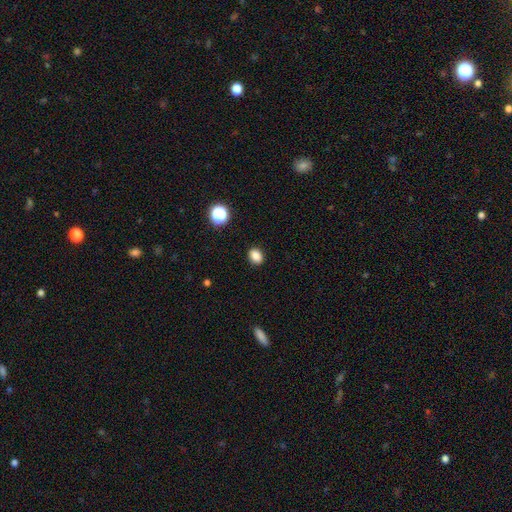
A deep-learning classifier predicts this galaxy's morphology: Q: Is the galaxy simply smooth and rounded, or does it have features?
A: smooth — 85%.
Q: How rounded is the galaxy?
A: in between — 62%.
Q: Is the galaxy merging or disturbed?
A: none — 89%.